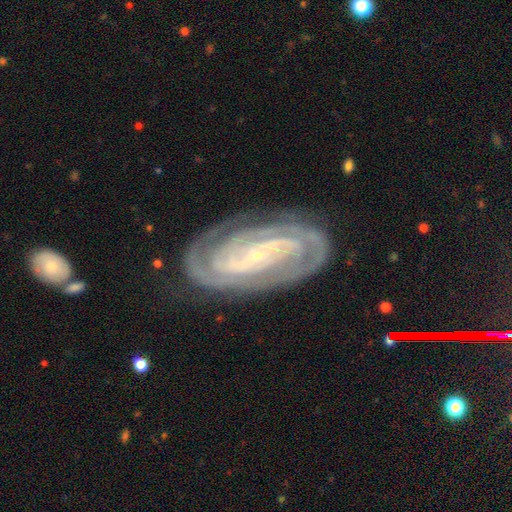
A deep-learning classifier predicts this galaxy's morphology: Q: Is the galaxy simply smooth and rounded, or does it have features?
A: featured or disk — 91%.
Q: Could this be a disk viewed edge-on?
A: no — 96%.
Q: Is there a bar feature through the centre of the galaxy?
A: strong — 35%.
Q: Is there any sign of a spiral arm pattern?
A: yes — 98%.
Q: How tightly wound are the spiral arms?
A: tight — 76%.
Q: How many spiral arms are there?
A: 2 — 51%.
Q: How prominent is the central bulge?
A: small — 88%.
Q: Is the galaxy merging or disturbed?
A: none — 80%.